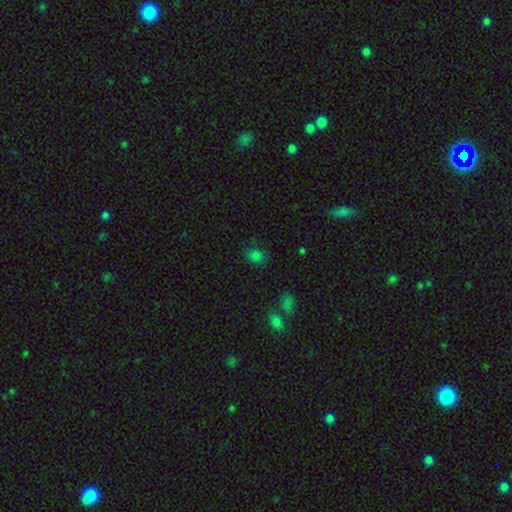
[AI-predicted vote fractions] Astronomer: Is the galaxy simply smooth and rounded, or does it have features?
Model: smooth — 77%.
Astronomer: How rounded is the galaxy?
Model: in between — 59% (runner-up: round, 39%).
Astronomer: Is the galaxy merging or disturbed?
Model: none — 74%.